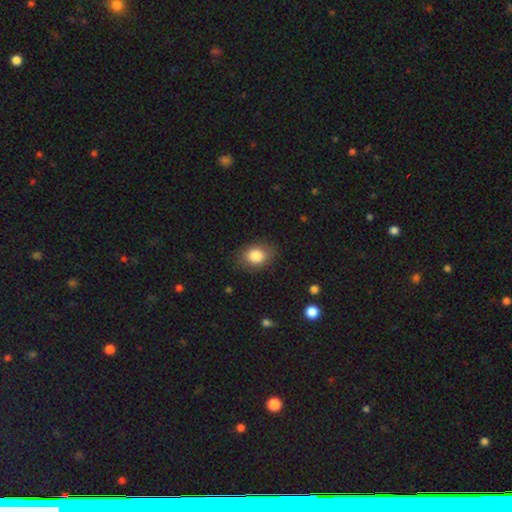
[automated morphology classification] Smooth or featured?
  - smooth: 85% *
  - star or artifact: 8%
  - featured or disk: 7%
How rounded?
  - in between: 61% *
  - round: 38%
  - cigar-shaped: 1%
Merging?
  - none: 83% *
  - minor disturbance: 13%
  - major disturbance: 4%
  - merger: 1%